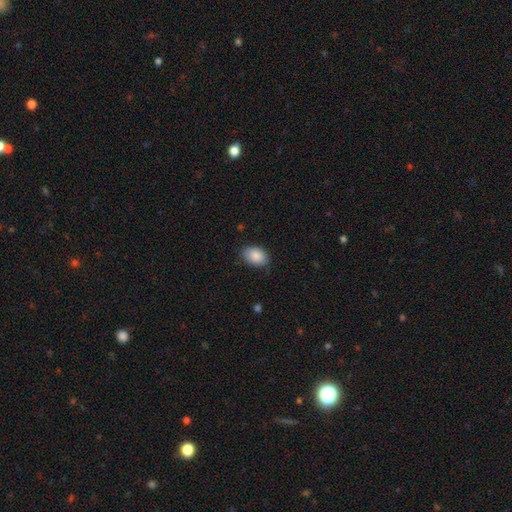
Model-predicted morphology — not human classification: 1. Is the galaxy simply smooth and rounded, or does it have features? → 88% smooth, 7% star or artifact, 5% featured or disk.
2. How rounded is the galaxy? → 84% in between, 15% round, 1% cigar-shaped.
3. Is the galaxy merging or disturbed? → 78% none, 18% minor disturbance, 3% major disturbance, 1% merger.